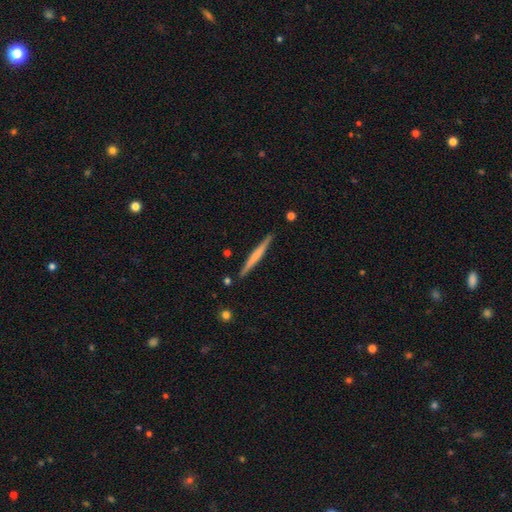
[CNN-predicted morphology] type=smooth (51%); roundness=cigar-shaped (97%); merging=none (89%).